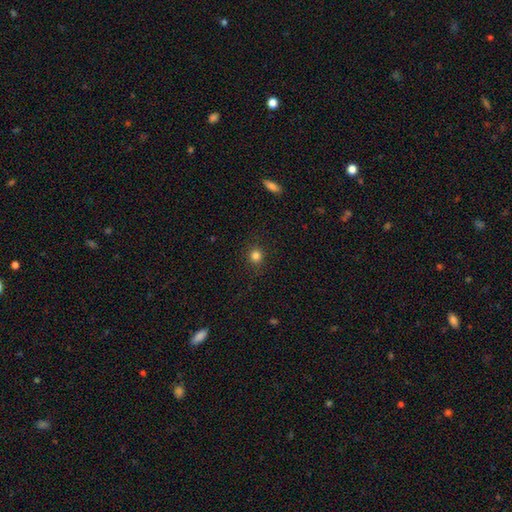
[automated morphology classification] Q: Smooth or featured?
A: smooth (82%); runner-up: star or artifact (13%)
Q: How rounded?
A: round (89%); runner-up: in between (10%)
Q: Merging?
A: none (88%); runner-up: minor disturbance (8%)